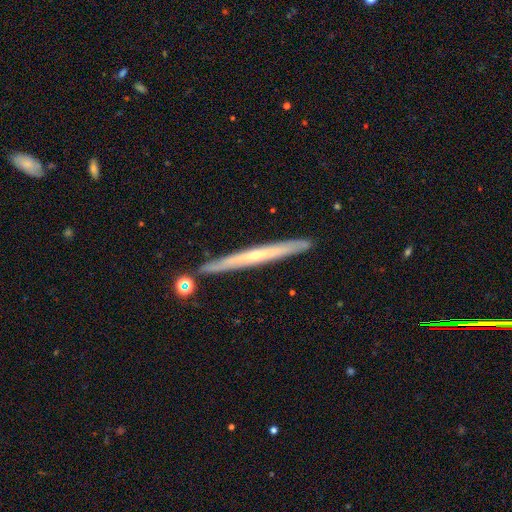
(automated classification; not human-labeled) Overall: featured or disk (68%). Edge-on disk: yes (95%). Edge-on bulge: rounded (50%; none 47%). Merging: none (86%).